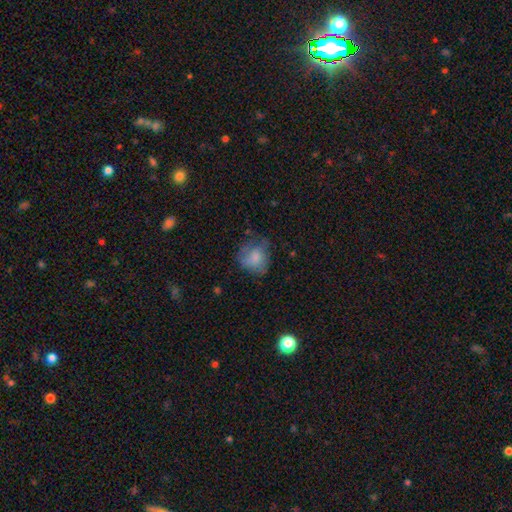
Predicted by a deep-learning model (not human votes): This is likely a smooth galaxy (67%). How rounded: likely round (69%). Merging: possibly none (56%).